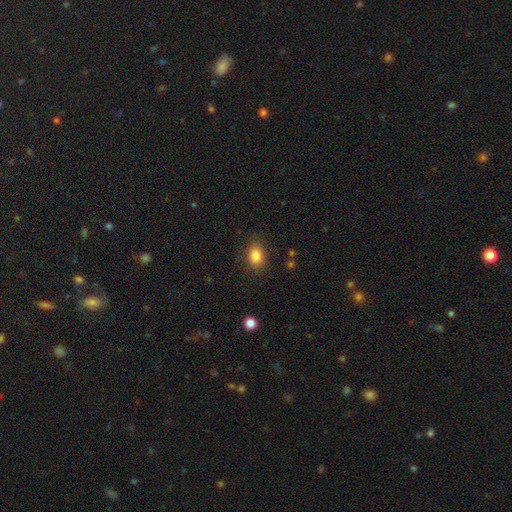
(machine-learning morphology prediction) type=smooth (85%); roundness=in between (72%); merging=none (83%).